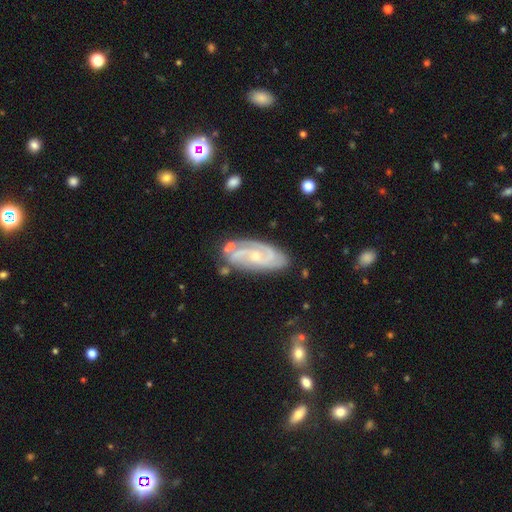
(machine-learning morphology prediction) The model was most divided on "spiral winding": tight: 53%, medium: 38%, loose: 9%. Remaining: spiral arms — yes (97%); edge-on disk — no (95%); smooth or featured — featured or disk (86%); merging — none (74%); bulge size — small (68%); bar — no (61%); spiral arm count — 2 (47%).